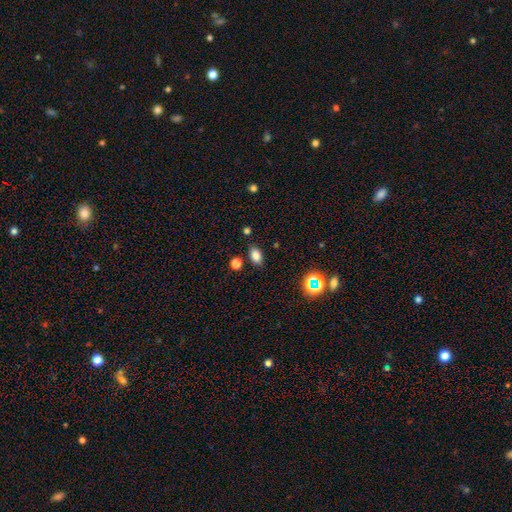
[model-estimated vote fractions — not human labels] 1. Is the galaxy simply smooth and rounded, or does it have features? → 79% smooth, 14% star or artifact, 7% featured or disk.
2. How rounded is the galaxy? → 83% in between, 16% round, 2% cigar-shaped.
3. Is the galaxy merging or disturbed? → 82% none, 11% minor disturbance, 4% merger, 3% major disturbance.